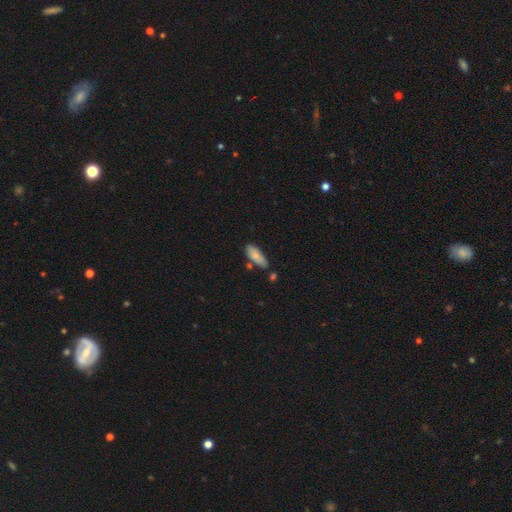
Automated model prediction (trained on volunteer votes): A smooth galaxy with no disk features (80%) that is in between round and cigar-shaped (73%).

Vote fractions:
- Smooth or featured? smooth: 80% / featured or disk: 13% / star or artifact: 7%
- How rounded? in between: 73% / cigar-shaped: 25% / round: 2%
- Merging? none: 62% / minor disturbance: 23% / merger: 10% / major disturbance: 5%